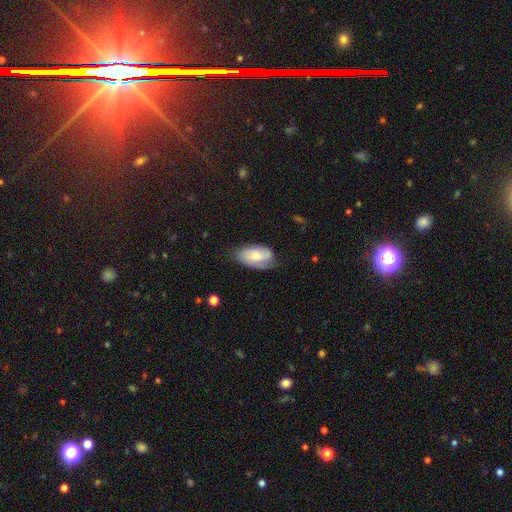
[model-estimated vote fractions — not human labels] This appears to be a smooth galaxy with no disk features (50%) that is in between round and cigar-shaped (93%). Merging: none (59%).